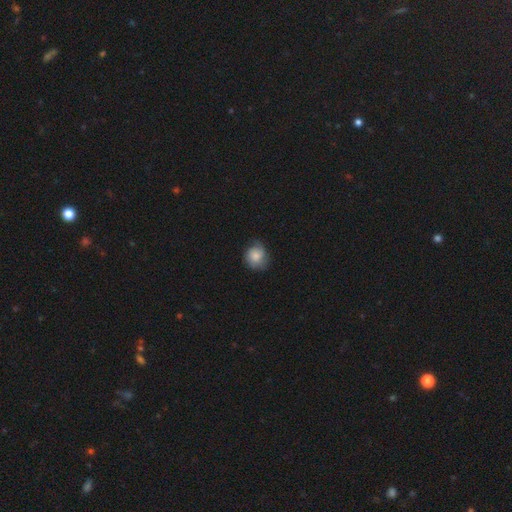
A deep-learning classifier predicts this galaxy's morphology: Smooth or featured? Predicted: smooth (p=0.71). How rounded? Predicted: round (p=0.77). Merging? Predicted: none (p=0.64).